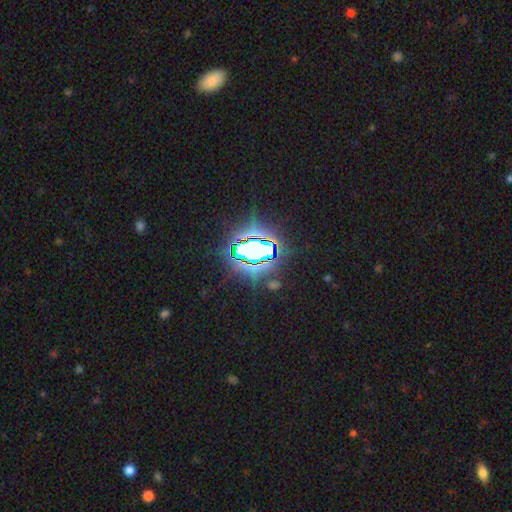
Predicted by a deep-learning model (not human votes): Overall: star or artifact (75%).